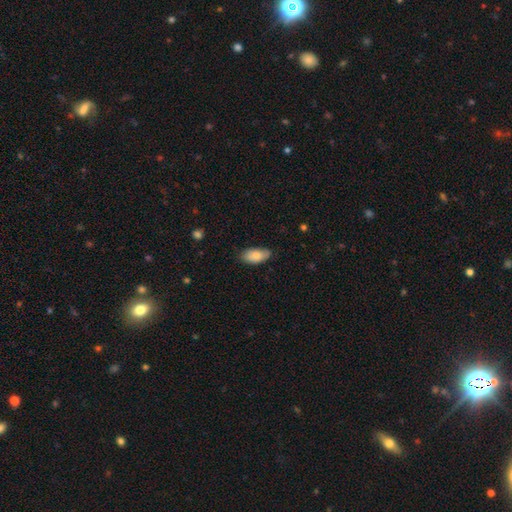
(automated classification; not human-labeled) smooth_or_featured: smooth (p=0.81) [alt: featured or disk p=0.13]
how_rounded: in between (p=0.93) [alt: cigar-shaped p=0.04]
merging: none (p=0.76) [alt: minor disturbance p=0.20]